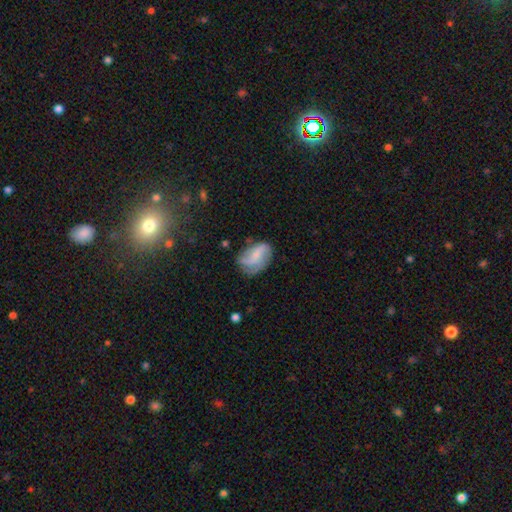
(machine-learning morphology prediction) The model was most divided on "smooth or featured": featured or disk: 51%, smooth: 41%, star or artifact: 8%. Remaining: edge-on disk — no (96%); merging — none (50%).